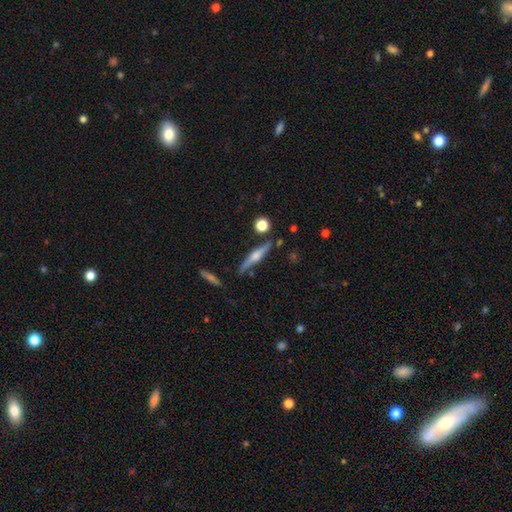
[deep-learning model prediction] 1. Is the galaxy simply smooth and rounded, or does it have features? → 72% featured or disk, 21% smooth, 7% star or artifact.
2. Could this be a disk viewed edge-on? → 97% yes, 3% no.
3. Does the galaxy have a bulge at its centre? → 86% rounded, 8% boxy, 6% none.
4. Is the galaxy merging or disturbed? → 84% none, 10% minor disturbance, 4% merger, 2% major disturbance.